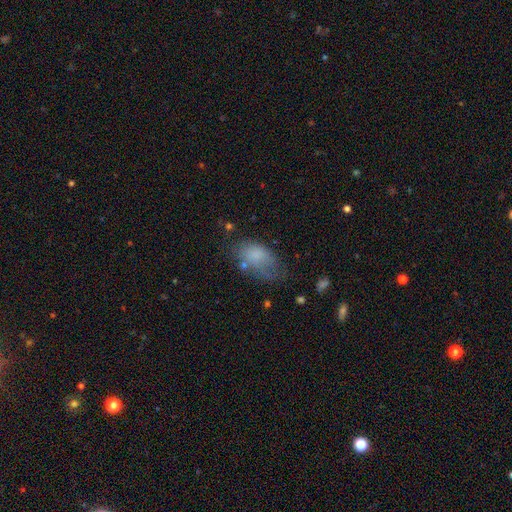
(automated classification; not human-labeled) Smooth or featured? Predicted: smooth (p=0.72). How rounded? Predicted: in between (p=0.91). Merging? Predicted: none (p=0.42).